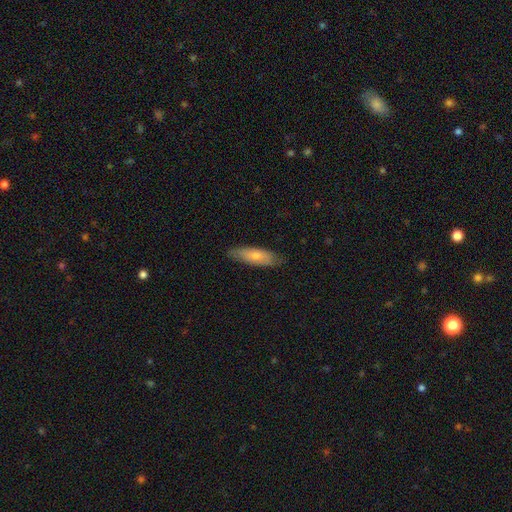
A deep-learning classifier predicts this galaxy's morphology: type=smooth (63%); roundness=cigar-shaped (51%); merging=none (81%).